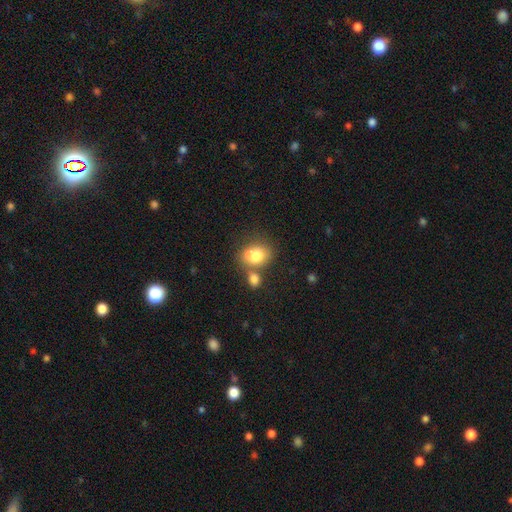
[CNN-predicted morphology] Smooth or featured? Predicted: smooth (p=0.74). How rounded? Predicted: round (p=0.51). Merging? Predicted: merger (p=0.43).